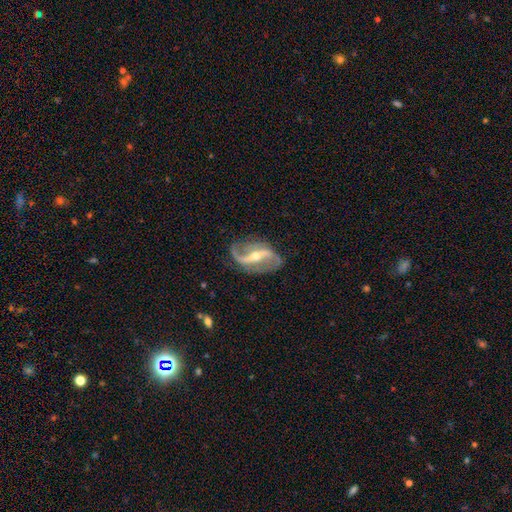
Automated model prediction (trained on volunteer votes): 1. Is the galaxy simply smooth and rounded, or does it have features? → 91% featured or disk, 5% star or artifact, 4% smooth.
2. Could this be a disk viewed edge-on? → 96% no, 4% yes.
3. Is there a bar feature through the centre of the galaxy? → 55% strong, 29% weak, 16% no.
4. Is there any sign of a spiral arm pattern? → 96% yes, 4% no.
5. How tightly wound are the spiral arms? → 67% loose, 26% medium, 7% tight.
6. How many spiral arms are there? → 92% 2, 3% 1, 2% can't tell, 1% 3, 1% 4, 1% more than 4.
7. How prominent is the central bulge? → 52% small, 44% moderate, 2% large, 1% none, 1% dominant.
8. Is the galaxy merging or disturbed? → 78% none, 14% minor disturbance, 7% major disturbance, 2% merger.